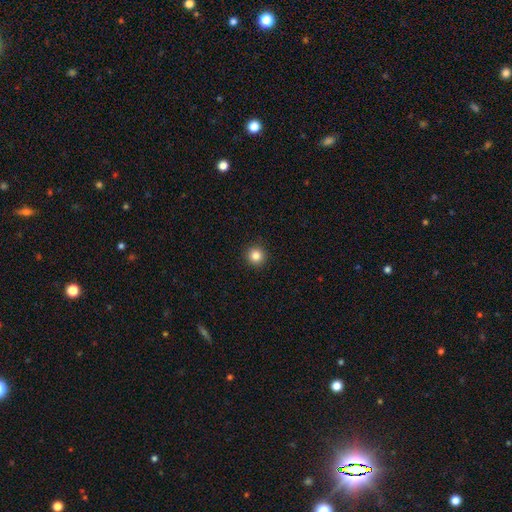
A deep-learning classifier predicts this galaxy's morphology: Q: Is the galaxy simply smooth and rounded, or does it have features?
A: smooth — 84%.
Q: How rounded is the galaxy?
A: round — 95%.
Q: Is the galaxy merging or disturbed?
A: none — 93%.